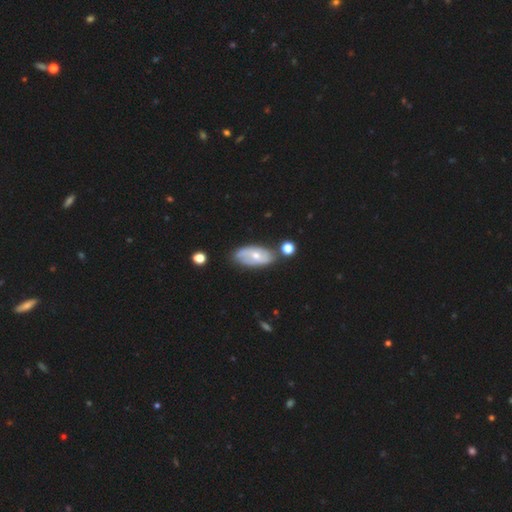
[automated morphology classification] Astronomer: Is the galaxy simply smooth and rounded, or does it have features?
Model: featured or disk — 63%.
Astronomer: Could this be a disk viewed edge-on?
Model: no — 91%.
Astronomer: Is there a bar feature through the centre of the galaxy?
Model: no — 64%.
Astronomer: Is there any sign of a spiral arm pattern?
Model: yes — 73%.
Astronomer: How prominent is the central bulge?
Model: moderate — 56% (runner-up: small, 40%).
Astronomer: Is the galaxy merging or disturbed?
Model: none — 65%.